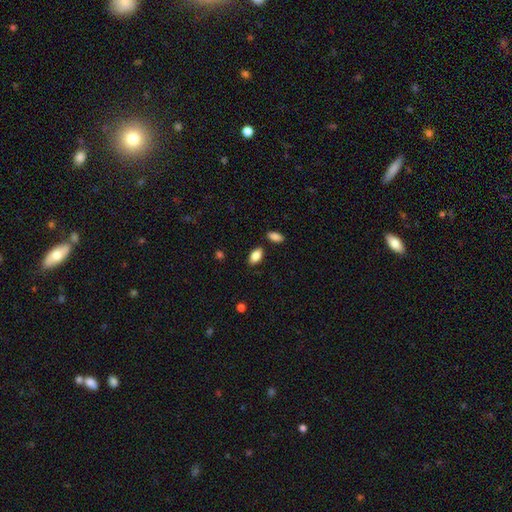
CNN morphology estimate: Overall: smooth (86%). How rounded: in between (92%). Merging: none (83%).